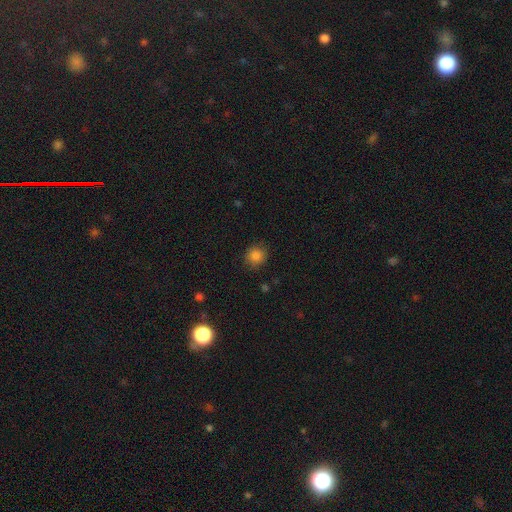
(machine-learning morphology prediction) smooth-or-featured: smooth: 84% | star or artifact: 11% | featured or disk: 5%
  how-rounded: round: 88% | in between: 11% | cigar-shaped: 1%
  merging: none: 87% | minor disturbance: 9% | major disturbance: 2% | merger: 1%